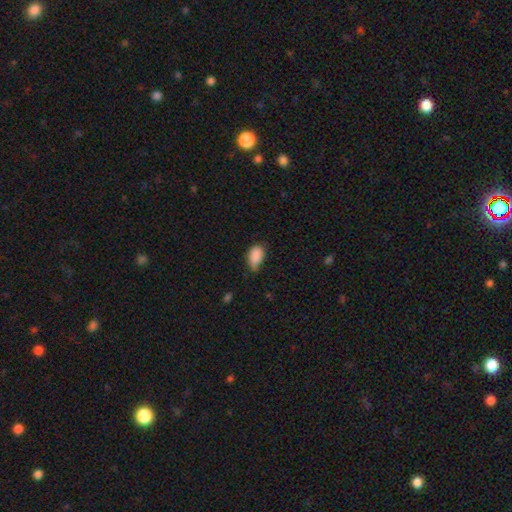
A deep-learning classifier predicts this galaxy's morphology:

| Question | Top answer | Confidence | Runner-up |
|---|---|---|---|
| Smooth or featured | smooth | 87% | star or artifact (8%) |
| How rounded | in between | 91% | round (8%) |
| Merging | none | 50% | minor disturbance (40%) |